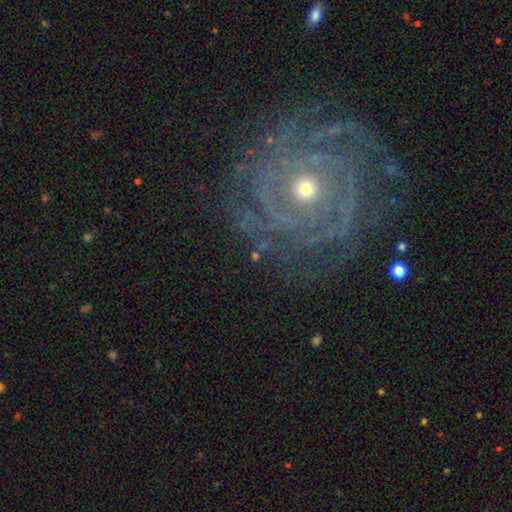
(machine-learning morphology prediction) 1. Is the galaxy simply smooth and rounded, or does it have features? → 68% featured or disk, 17% star or artifact, 14% smooth.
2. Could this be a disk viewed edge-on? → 96% no, 4% yes.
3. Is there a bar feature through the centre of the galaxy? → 68% no, 21% weak, 12% strong.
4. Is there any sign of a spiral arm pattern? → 85% yes, 15% no.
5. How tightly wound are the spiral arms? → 66% tight, 25% medium, 9% loose.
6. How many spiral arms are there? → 33% can't tell, 20% 2, 15% 3, 12% more than 4, 11% 4, 9% 1.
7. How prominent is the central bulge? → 55% small, 37% moderate, 3% large, 3% none, 2% dominant.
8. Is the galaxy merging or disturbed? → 72% none, 14% minor disturbance, 11% major disturbance, 3% merger.